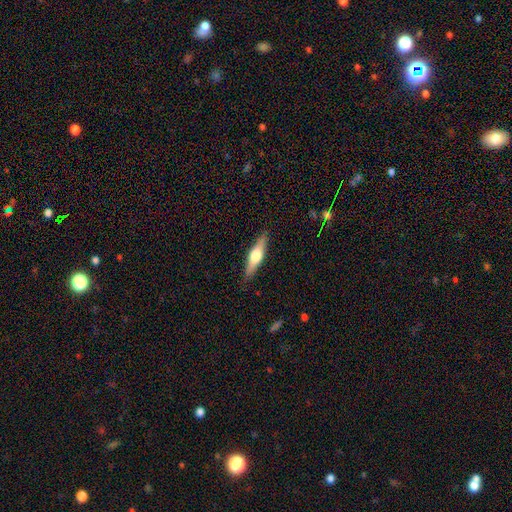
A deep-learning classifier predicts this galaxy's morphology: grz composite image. It shows a featured or disk galaxy (50%) viewed edge-on (93%). Merging: none (88%).